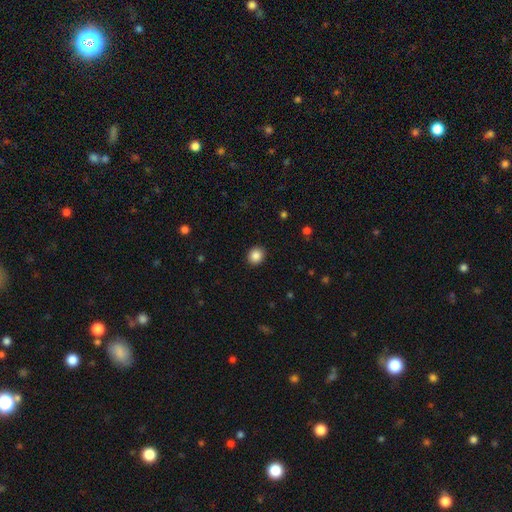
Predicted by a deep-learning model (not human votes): Q: Smooth or featured?
A: smooth (87%); runner-up: star or artifact (9%)
Q: How rounded?
A: round (78%); runner-up: in between (22%)
Q: Merging?
A: none (92%); runner-up: minor disturbance (6%)